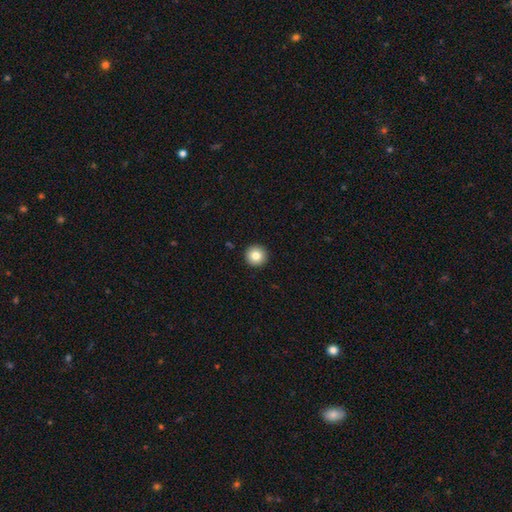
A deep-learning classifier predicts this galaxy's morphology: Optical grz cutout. It shows a smooth galaxy with no disk features (82%) that is round (96%). Merging: none (93%).